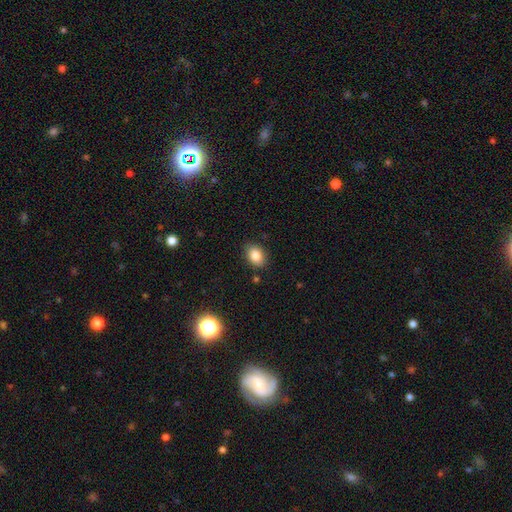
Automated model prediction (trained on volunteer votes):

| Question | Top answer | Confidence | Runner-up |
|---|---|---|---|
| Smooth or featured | smooth | 85% | star or artifact (9%) |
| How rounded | in between | 77% | round (22%) |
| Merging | none | 85% | minor disturbance (11%) |